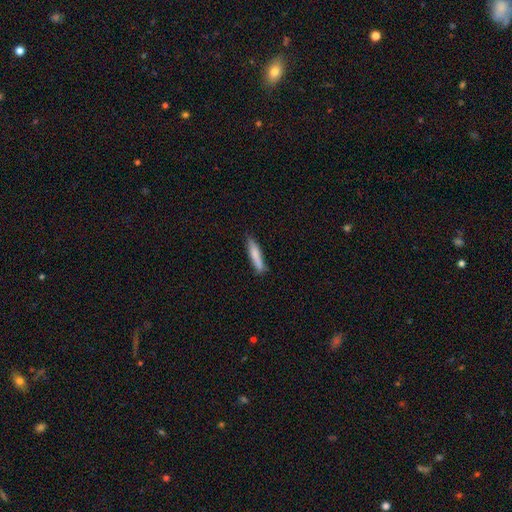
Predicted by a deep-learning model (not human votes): smooth_or_featured: smooth (p=0.78) [alt: featured or disk p=0.17]
how_rounded: cigar-shaped (p=0.88) [alt: in between p=0.11]
merging: none (p=0.79) [alt: minor disturbance p=0.16]